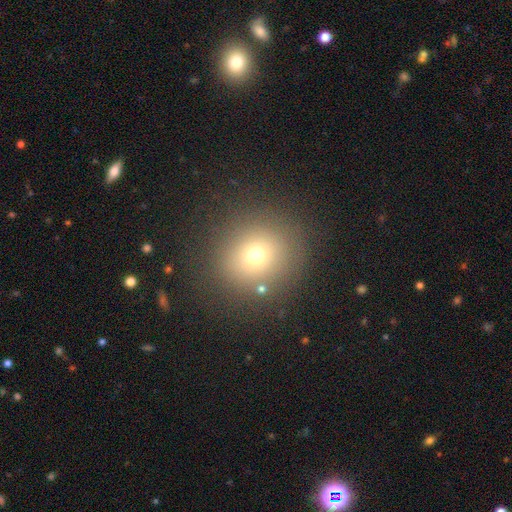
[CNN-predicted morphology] Smooth or featured? Predicted: smooth (p=0.69). How rounded? Predicted: round (p=0.89). Merging? Predicted: none (p=0.85).